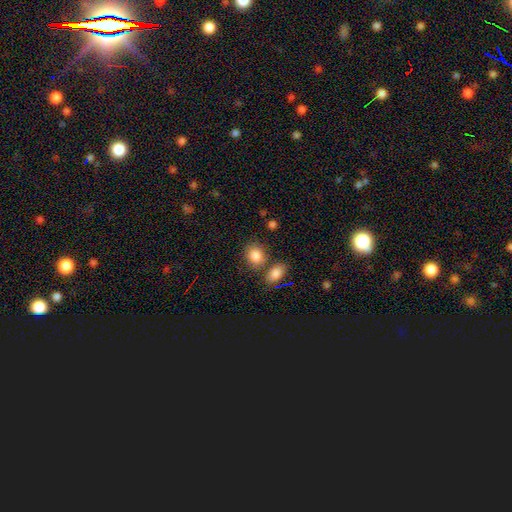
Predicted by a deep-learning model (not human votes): Overall: smooth (86%). How rounded: round (54%; in between 45%). Merging: none (65%).